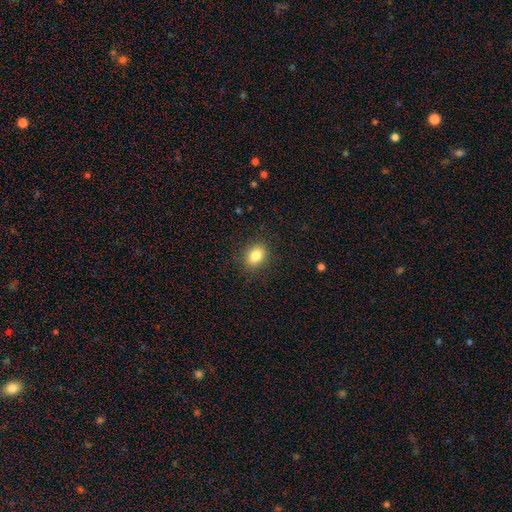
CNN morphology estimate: This appears to be a smooth galaxy with no disk features (84%) that is in between round and cigar-shaped (62%). Merging: none (88%).